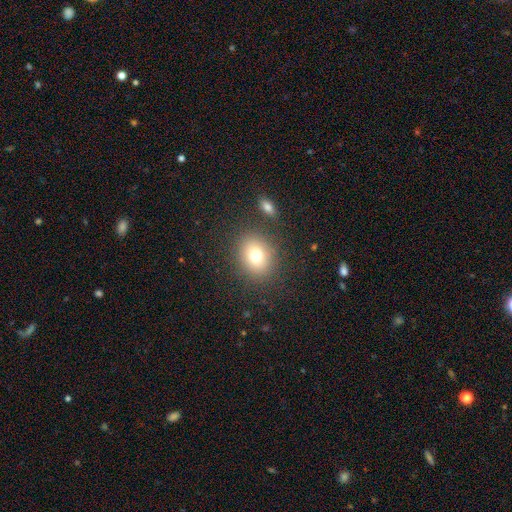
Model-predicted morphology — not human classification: Smooth or featured?
  - smooth: 75% *
  - star or artifact: 13%
  - featured or disk: 12%
How rounded?
  - round: 61% *
  - in between: 38%
  - cigar-shaped: 1%
Merging?
  - none: 83% *
  - minor disturbance: 9%
  - major disturbance: 4%
  - merger: 4%